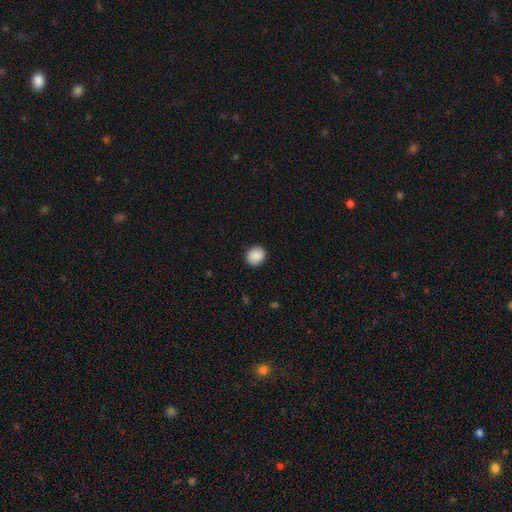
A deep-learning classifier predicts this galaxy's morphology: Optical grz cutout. It shows a smooth galaxy with no disk features (90%) that is round (76%). Merging: none (91%).